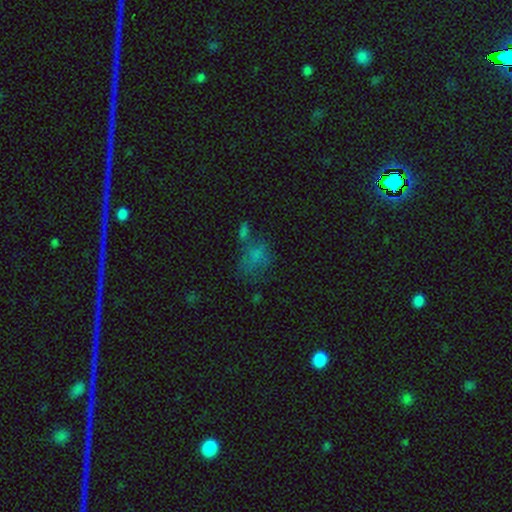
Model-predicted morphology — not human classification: smooth_or_featured: smooth (p=0.62) [alt: star or artifact p=0.23]
how_rounded: in between (p=0.67) [alt: round p=0.31]
merging: none (p=0.38) [alt: merger p=0.24]